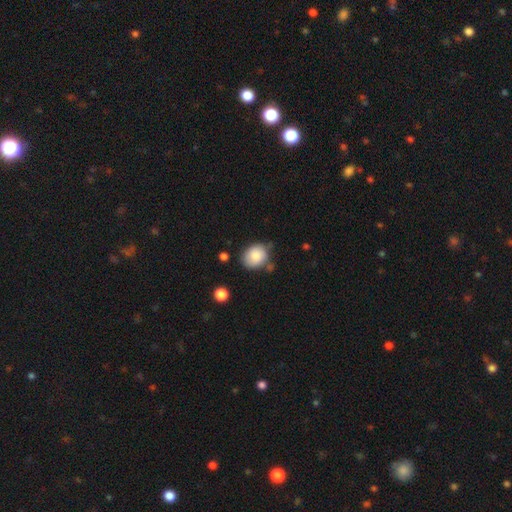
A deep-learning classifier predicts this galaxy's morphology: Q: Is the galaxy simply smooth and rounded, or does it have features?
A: smooth — 82%.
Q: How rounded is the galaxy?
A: round — 53%.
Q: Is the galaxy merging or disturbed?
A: none — 62%.